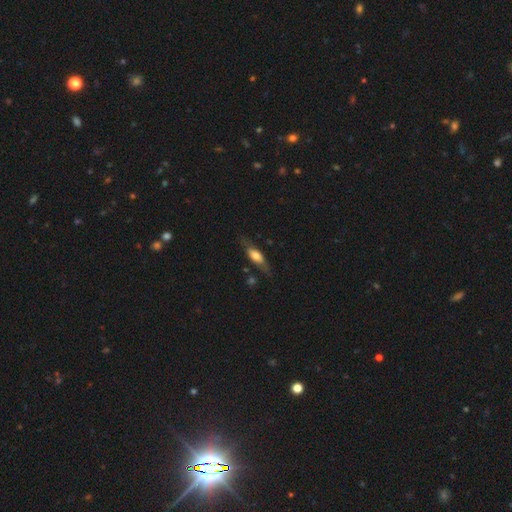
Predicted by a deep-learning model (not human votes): Smooth or featured? smooth (52%)
How rounded? in between (59%)
Merging? none (70%)